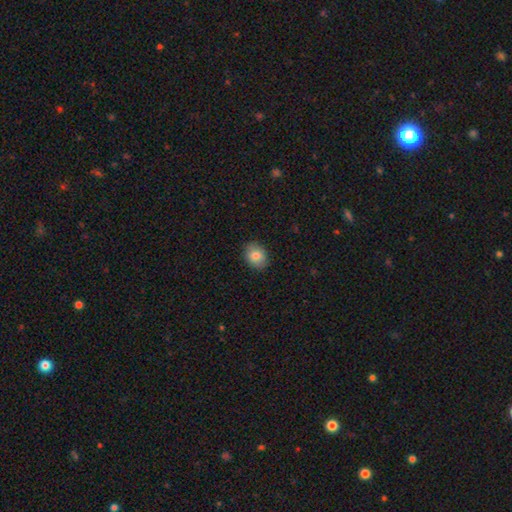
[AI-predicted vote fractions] A smooth galaxy with no disk features (82%) that is in between round and cigar-shaped (56%). Merging: none (88%).